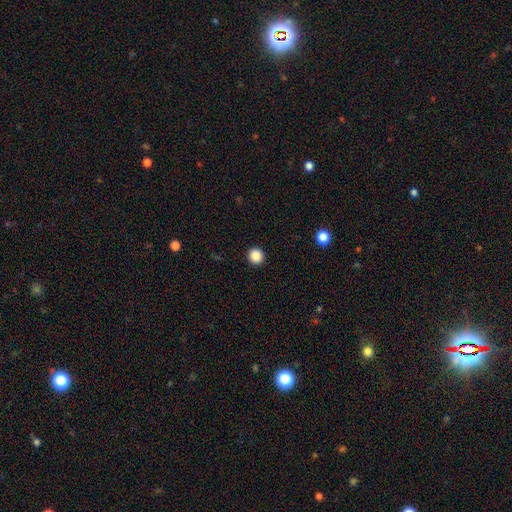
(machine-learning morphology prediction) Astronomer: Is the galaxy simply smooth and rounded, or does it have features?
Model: smooth — 87%.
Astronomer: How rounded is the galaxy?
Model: round — 94%.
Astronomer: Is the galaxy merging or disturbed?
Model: none — 93%.